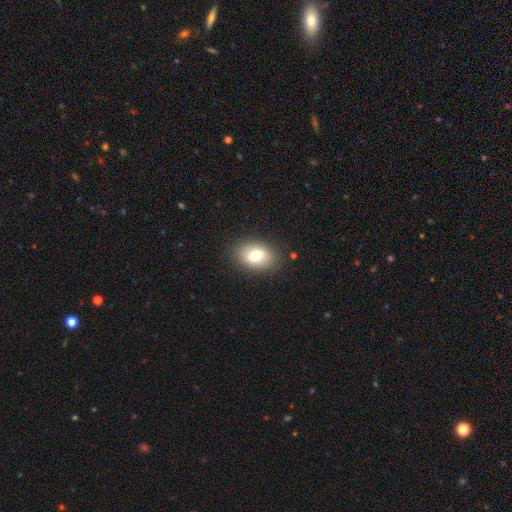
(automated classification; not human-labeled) Q: Smooth or featured?
A: smooth (75%); runner-up: featured or disk (17%)
Q: How rounded?
A: in between (82%); runner-up: round (17%)
Q: Merging?
A: none (85%); runner-up: minor disturbance (10%)